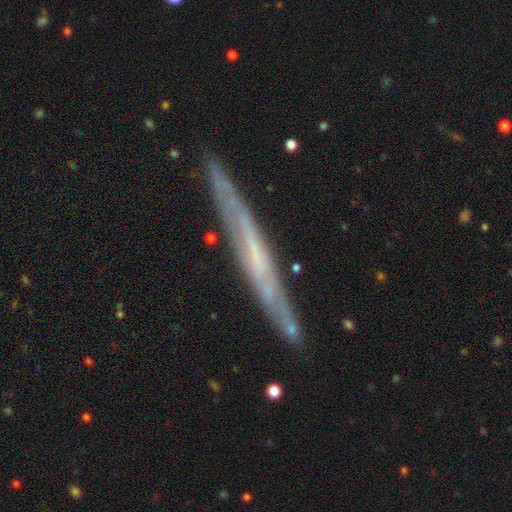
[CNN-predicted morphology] smooth_or_featured: featured or disk (p=0.69) [alt: smooth p=0.24]
disk_edge_on: yes (p=0.89) [alt: no p=0.11]
edge_on_bulge: none (p=0.80) [alt: rounded p=0.13]
merging: none (p=0.83) [alt: minor disturbance p=0.13]